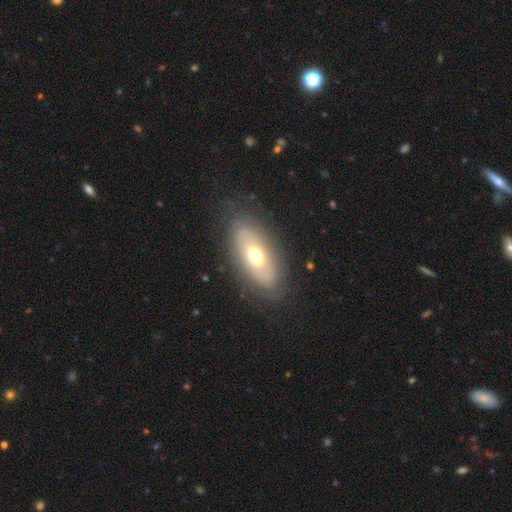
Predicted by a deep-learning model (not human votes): This is possibly a featured or disk galaxy (54%). It is clearly not viewed edge-on (84%). Merging: likely none (78%).